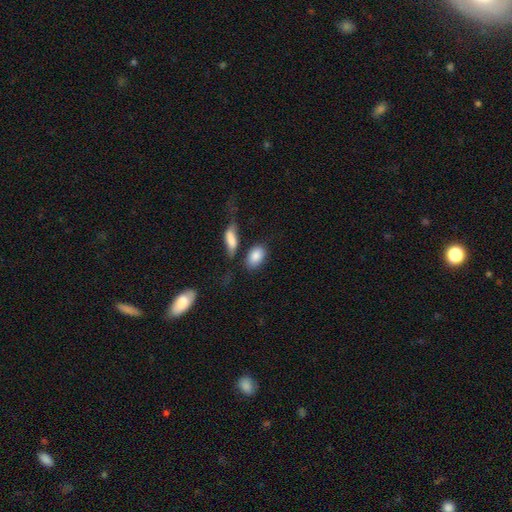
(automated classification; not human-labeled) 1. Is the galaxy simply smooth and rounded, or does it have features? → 85% smooth, 9% featured or disk, 6% star or artifact.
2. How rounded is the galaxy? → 89% in between, 8% round, 3% cigar-shaped.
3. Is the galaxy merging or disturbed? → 62% none, 16% merger, 15% minor disturbance, 8% major disturbance.